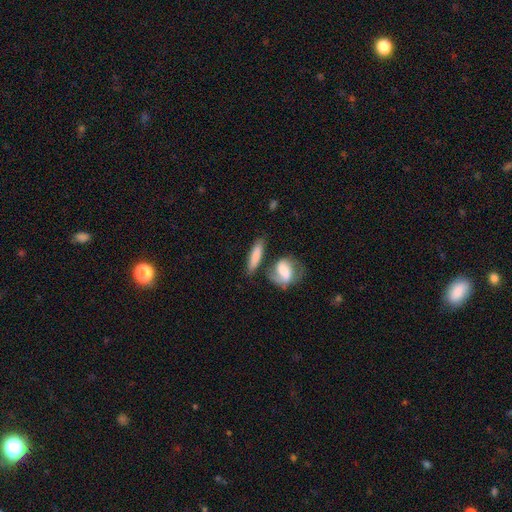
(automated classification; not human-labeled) This is likely a smooth galaxy (73%). How rounded: likely cigar-shaped (62%). Merging: likely none (64%).